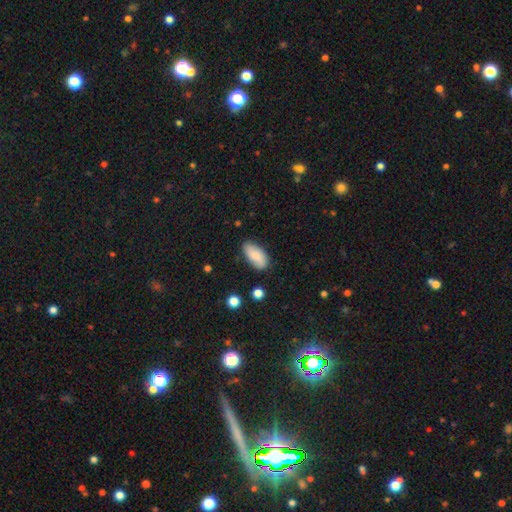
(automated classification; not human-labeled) A smooth galaxy with no disk features (81%) that is in between round and cigar-shaped (92%).

Vote fractions:
- Smooth or featured? smooth: 81% / featured or disk: 12% / star or artifact: 7%
- How rounded? in between: 92% / cigar-shaped: 5% / round: 2%
- Merging? none: 79% / minor disturbance: 16% / major disturbance: 3% / merger: 2%